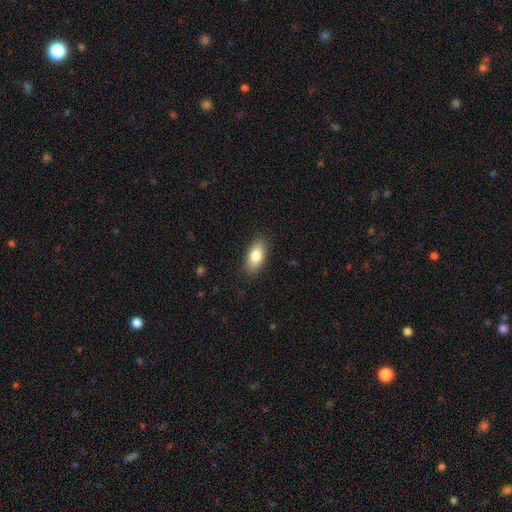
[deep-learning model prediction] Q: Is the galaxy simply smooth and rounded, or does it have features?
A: smooth — 83%.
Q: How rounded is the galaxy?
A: in between — 88%.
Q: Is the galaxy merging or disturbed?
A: none — 87%.